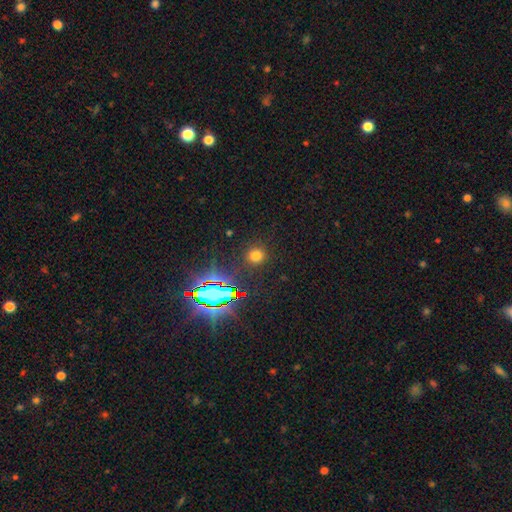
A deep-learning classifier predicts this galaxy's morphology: smooth-or-featured: smooth: 68% | star or artifact: 26% | featured or disk: 6%
  how-rounded: round: 90% | in between: 9% | cigar-shaped: 1%
  merging: none: 88% | minor disturbance: 7% | major disturbance: 3% | merger: 2%